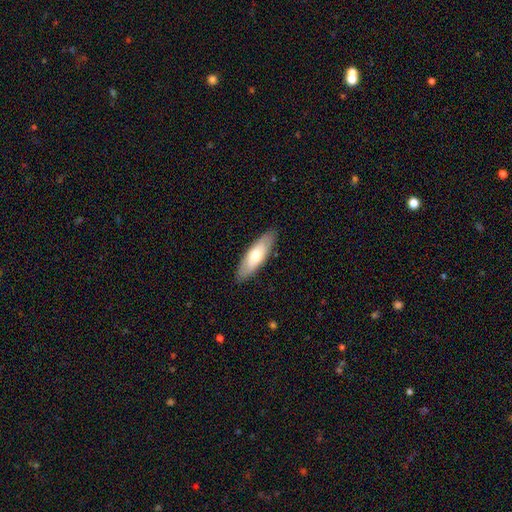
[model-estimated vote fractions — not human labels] Overall: smooth (63%; featured or disk 31%). How rounded: in between (56%; cigar-shaped 42%). Merging: none (87%).